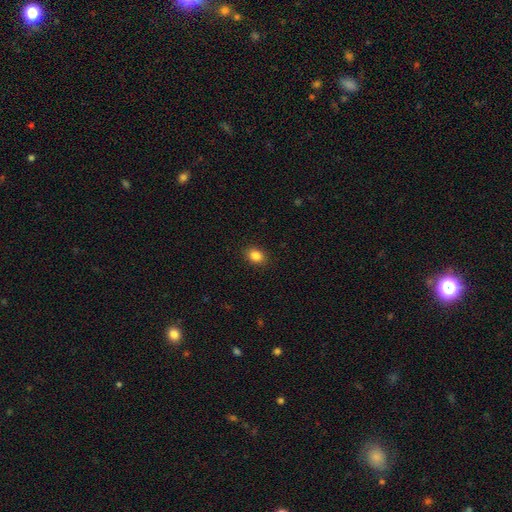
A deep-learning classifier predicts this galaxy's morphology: This appears to be a smooth galaxy with no disk features (85%) that is in between round and cigar-shaped (59%). Merging: none (90%).